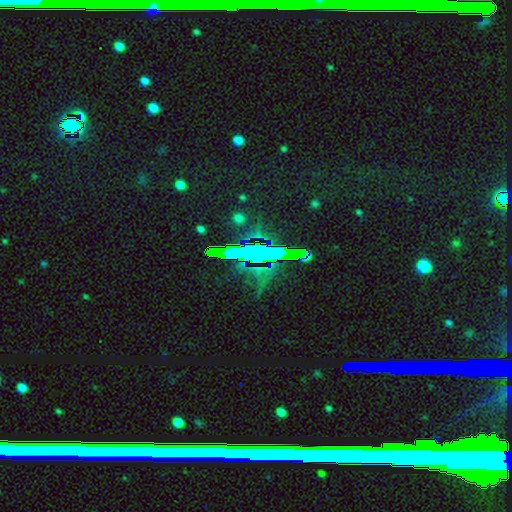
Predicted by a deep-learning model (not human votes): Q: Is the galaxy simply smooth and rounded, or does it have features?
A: star or artifact — 74%.